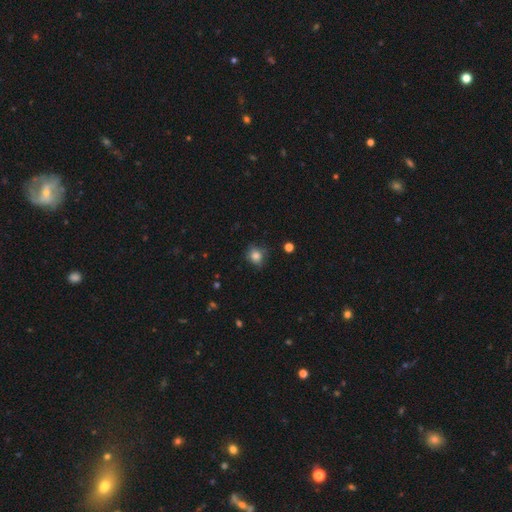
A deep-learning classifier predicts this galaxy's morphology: smooth-or-featured: smooth: 81% | star or artifact: 11% | featured or disk: 8%
  how-rounded: round: 76% | in between: 23% | cigar-shaped: 1%
  merging: none: 71% | minor disturbance: 22% | major disturbance: 5% | merger: 2%